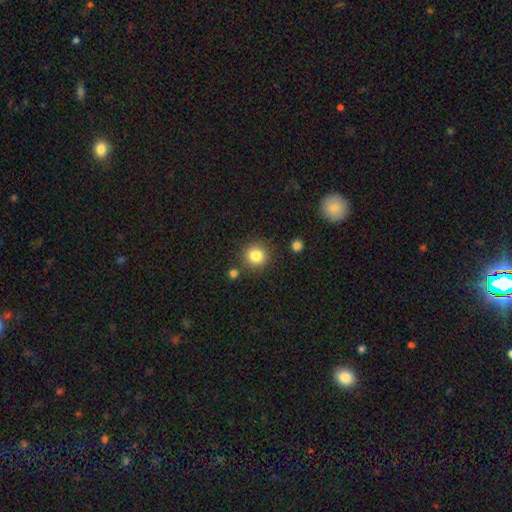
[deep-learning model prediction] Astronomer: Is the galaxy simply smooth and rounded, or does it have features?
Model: smooth — 85%.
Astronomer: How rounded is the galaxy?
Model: round — 91%.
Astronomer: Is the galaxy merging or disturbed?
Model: none — 84%.